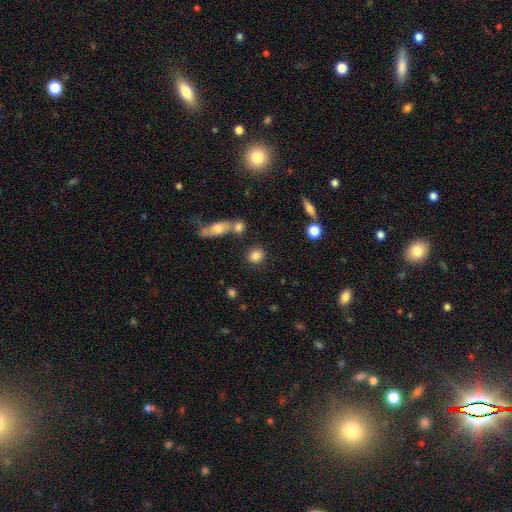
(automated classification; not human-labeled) Q: Smooth or featured?
A: smooth (83%); runner-up: star or artifact (9%)
Q: How rounded?
A: round (77%); runner-up: in between (20%)
Q: Merging?
A: none (78%); runner-up: merger (9%)